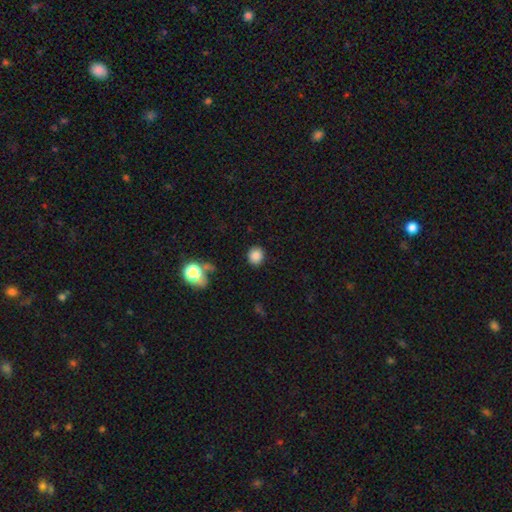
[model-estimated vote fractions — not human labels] Smooth or featured: smooth — 85% (star or artifact — 11%)
How rounded: round — 83% (in between — 16%)
Merging: none — 87% (minor disturbance — 8%)